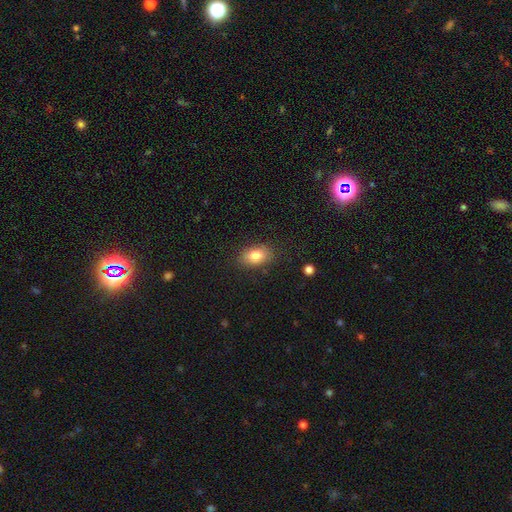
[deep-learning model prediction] Q: Smooth or featured?
A: smooth (81%); runner-up: featured or disk (10%)
Q: How rounded?
A: in between (84%); runner-up: round (14%)
Q: Merging?
A: none (85%); runner-up: minor disturbance (11%)